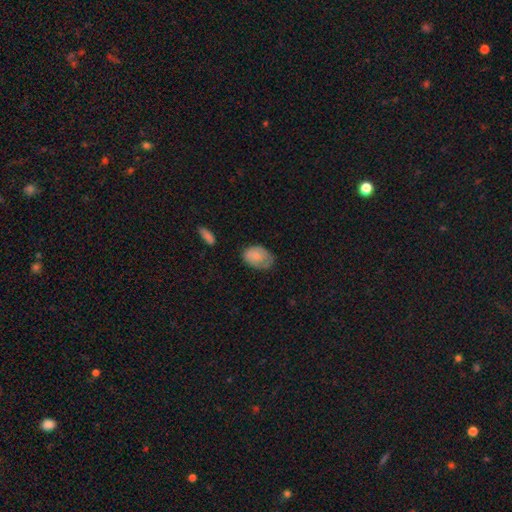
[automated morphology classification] Smooth or featured: smooth — 79% (featured or disk — 14%)
How rounded: in between — 83% (round — 16%)
Merging: none — 57% (minor disturbance — 31%)